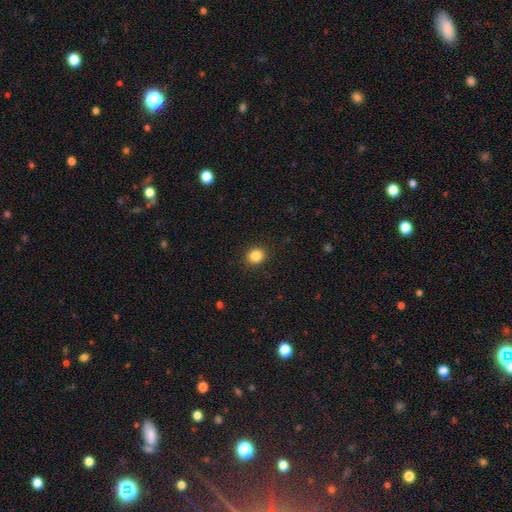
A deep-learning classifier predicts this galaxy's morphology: Smooth or featured? smooth (85%)
How rounded? round (81%)
Merging? none (91%)